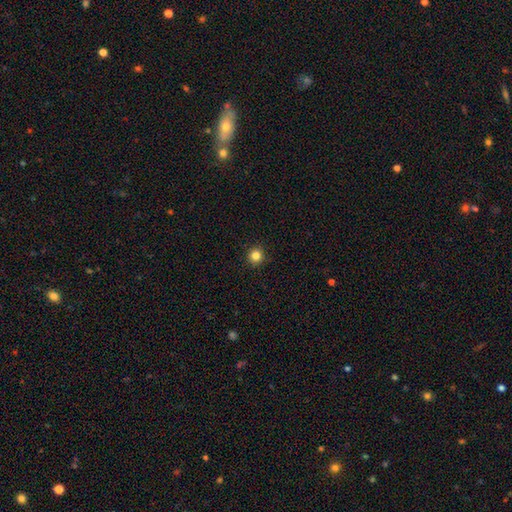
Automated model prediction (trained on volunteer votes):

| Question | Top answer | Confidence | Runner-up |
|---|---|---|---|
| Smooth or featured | smooth | 83% | star or artifact (12%) |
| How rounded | round | 94% | in between (5%) |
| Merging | none | 93% | minor disturbance (5%) |